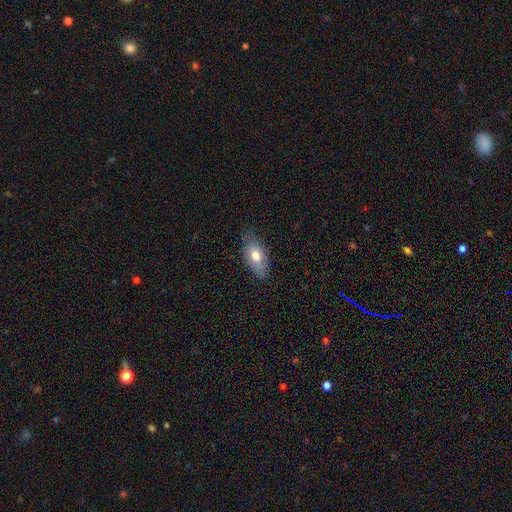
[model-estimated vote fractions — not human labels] Morphology: type=smooth (71%); roundness=in between (88%); merging=none (77%).